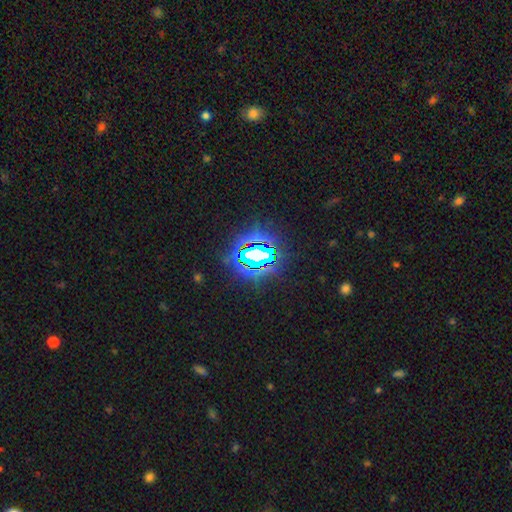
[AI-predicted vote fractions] This appears to be a star or artifact, not a galaxy (74%).